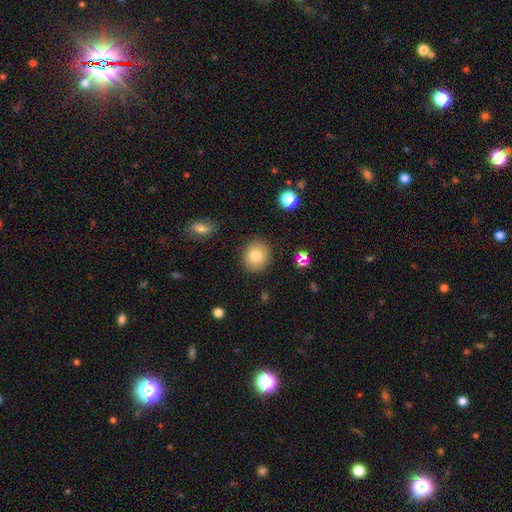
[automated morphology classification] A smooth galaxy with no disk features (80%) that is round (83%). Merging: none (88%).